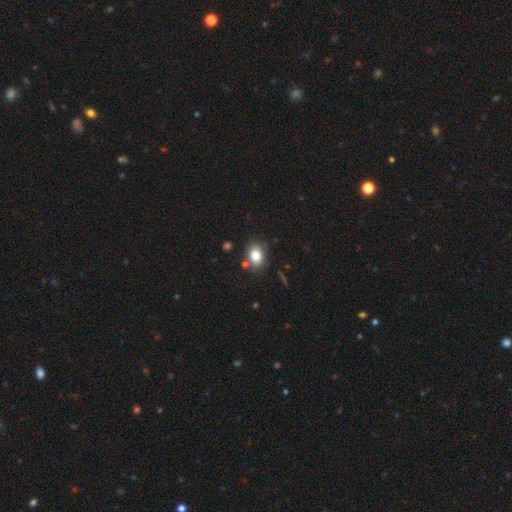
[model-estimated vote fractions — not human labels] Smooth or featured? smooth (80%)
How rounded? in between (65%)
Merging? none (79%)